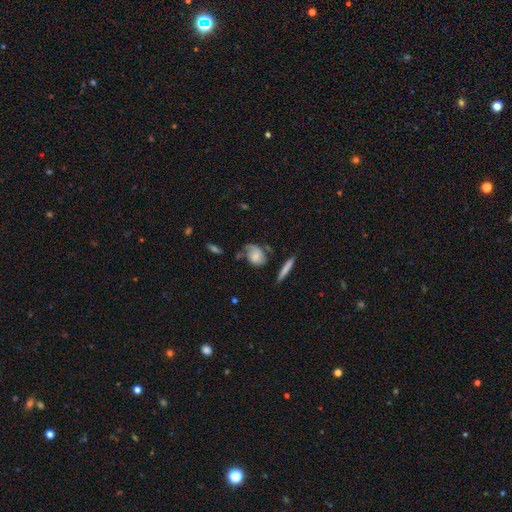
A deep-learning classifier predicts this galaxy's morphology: smooth 48%, featured or disk 44%, star or artifact 8%. Down the decision tree: merging — none (43%).